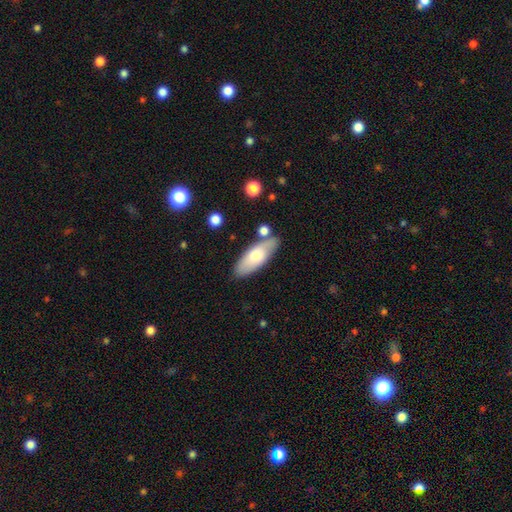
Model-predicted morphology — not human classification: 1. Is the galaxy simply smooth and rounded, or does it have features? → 69% smooth, 25% featured or disk, 6% star or artifact.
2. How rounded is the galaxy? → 70% in between, 28% cigar-shaped, 2% round.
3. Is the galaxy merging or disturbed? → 74% none, 15% minor disturbance, 8% merger, 3% major disturbance.